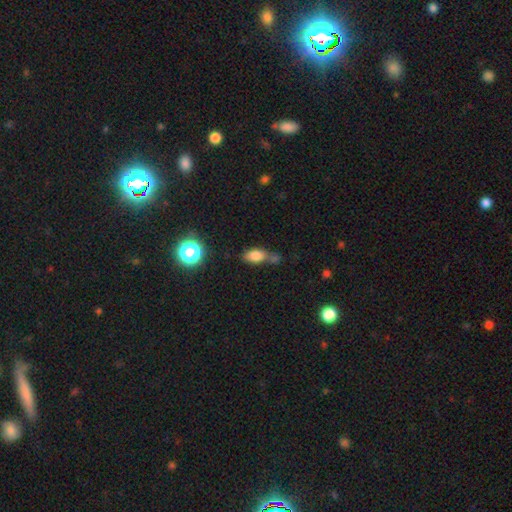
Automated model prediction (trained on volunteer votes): This is likely a smooth galaxy (78%). How rounded: clearly in between (82%). Merging: marginally none (40%).